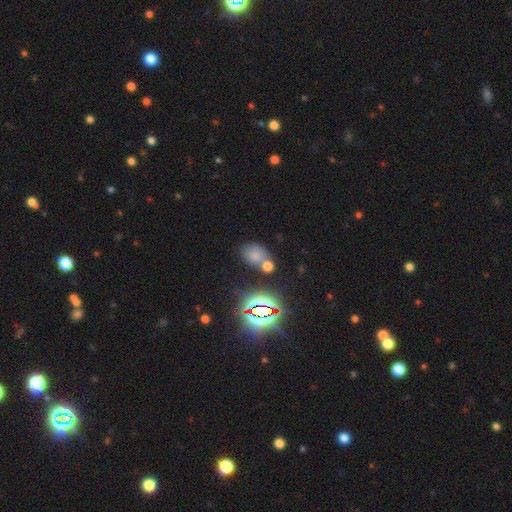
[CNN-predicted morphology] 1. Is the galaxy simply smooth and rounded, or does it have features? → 62% smooth, 26% star or artifact, 11% featured or disk.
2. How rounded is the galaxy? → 66% in between, 33% round, 2% cigar-shaped.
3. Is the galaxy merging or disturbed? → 47% none, 33% merger, 14% minor disturbance, 6% major disturbance.